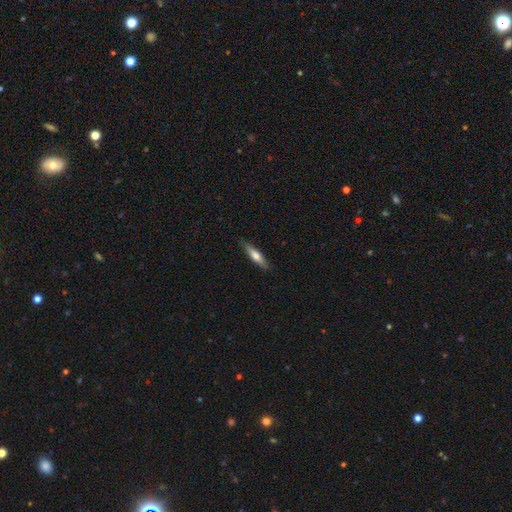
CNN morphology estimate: Smooth or featured? smooth (51%)
How rounded? cigar-shaped (82%)
Merging? none (87%)